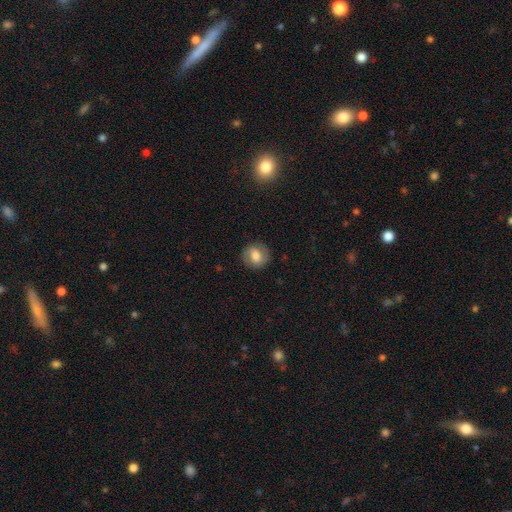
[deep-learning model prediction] The model was most divided on "smooth or featured": smooth: 64%, featured or disk: 27%, star or artifact: 9%. More confident: merging — none (84%); how rounded — round (77%).